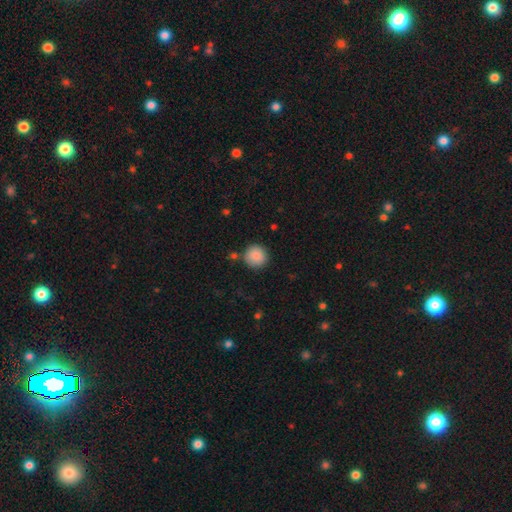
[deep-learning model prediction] This appears to be a smooth galaxy with no disk features (88%) that is round (93%). Merging: none (83%).